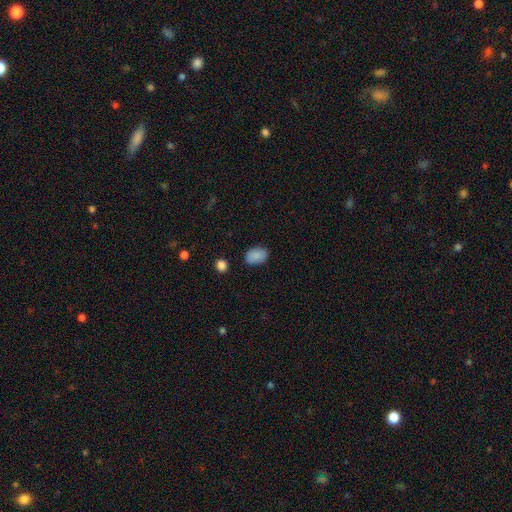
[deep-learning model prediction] This appears to be a smooth galaxy with no disk features (87%) that is in between round and cigar-shaped (86%). Merging: none (80%).